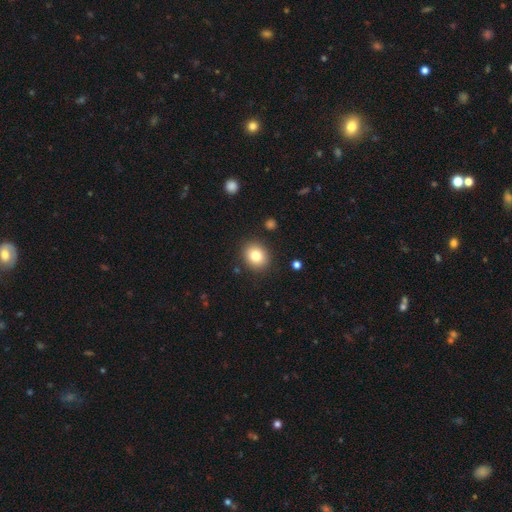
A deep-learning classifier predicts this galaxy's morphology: smooth 82%, star or artifact 10%, featured or disk 8%. Down the decision tree: how rounded — round (68%); merging — none (88%).